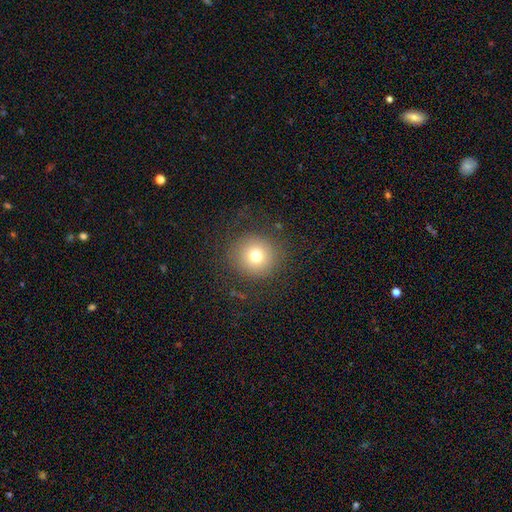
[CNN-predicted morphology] smooth 72%, star or artifact 15%, featured or disk 13%. Down the decision tree: how rounded — round (93%); merging — none (84%).